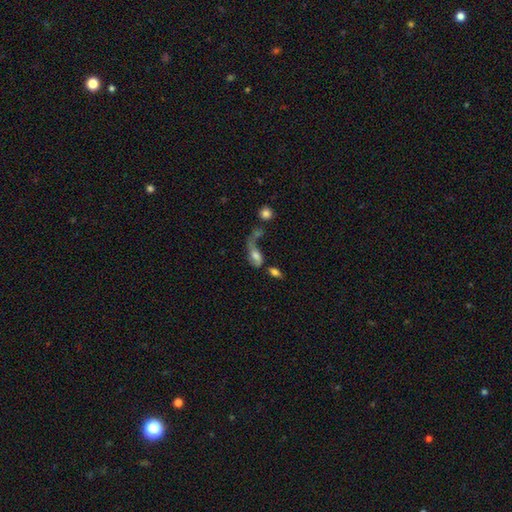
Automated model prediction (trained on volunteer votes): smooth-or-featured: smooth: 47% | featured or disk: 41% | star or artifact: 11%
  merging: major disturbance: 33% (tied) | merger: 33% (tied) | none: 20% | minor disturbance: 14%